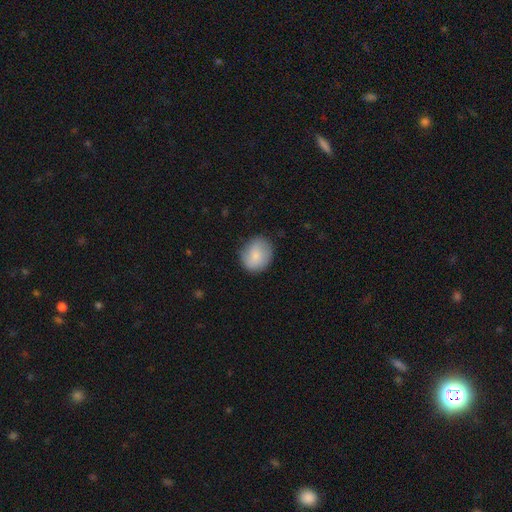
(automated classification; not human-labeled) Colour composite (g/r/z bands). It shows a smooth galaxy with no disk features (80%) that is round (62%). Merging: none (77%).